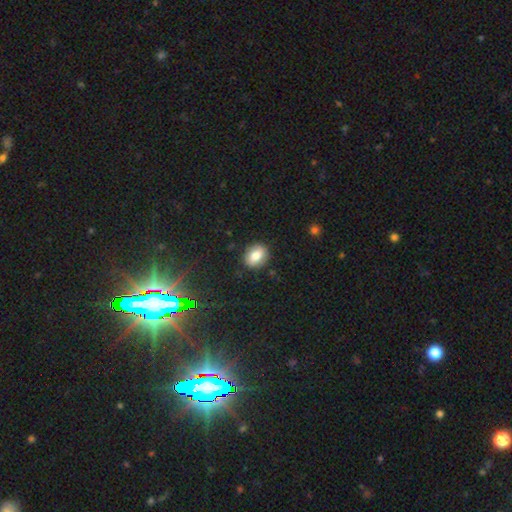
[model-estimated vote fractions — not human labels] Morphology: type=smooth (77%); roundness=in between (54%); merging=none (86%).